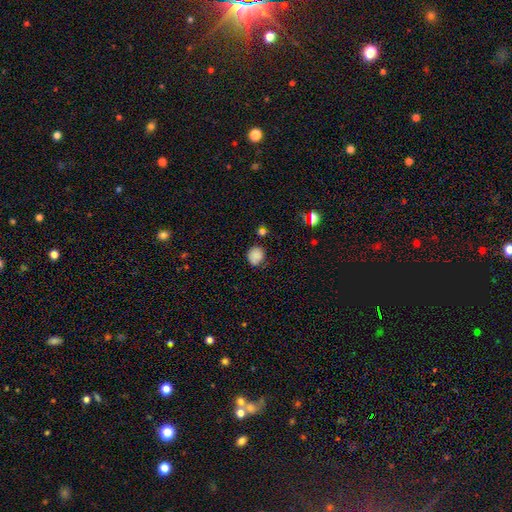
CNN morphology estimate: This appears to be a smooth galaxy with no disk features (84%) that is round (76%). Merging: none (73%).